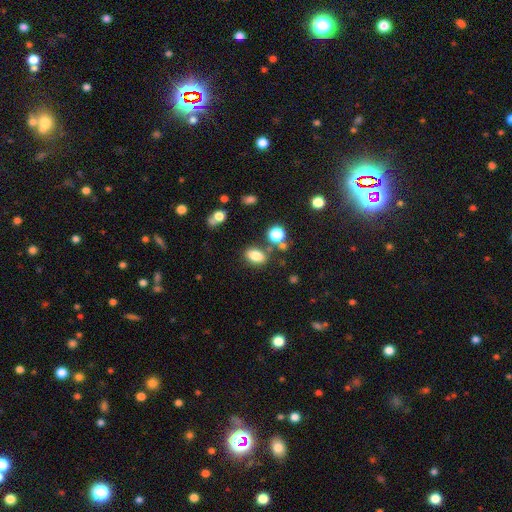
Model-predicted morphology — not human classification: A smooth galaxy with no disk features (81%) that is in between round and cigar-shaped (82%).

Vote fractions:
- Smooth or featured? smooth: 81% / star or artifact: 12% / featured or disk: 8%
- How rounded? in between: 82% / round: 16% / cigar-shaped: 2%
- Merging? none: 75% / minor disturbance: 12% / merger: 9% / major disturbance: 4%